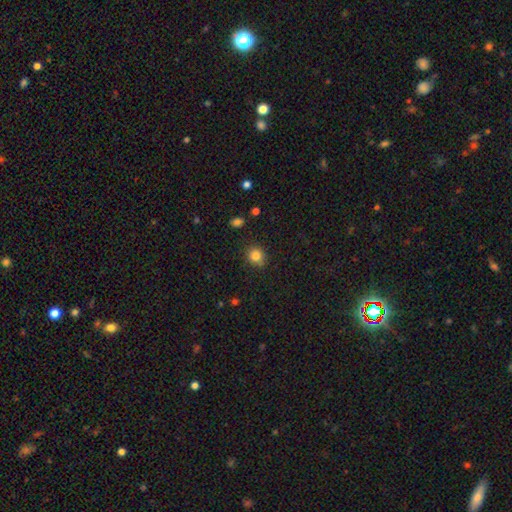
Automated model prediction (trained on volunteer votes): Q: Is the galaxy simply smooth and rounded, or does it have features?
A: smooth — 83%.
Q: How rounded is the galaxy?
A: round — 81%.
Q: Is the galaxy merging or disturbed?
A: none — 83%.